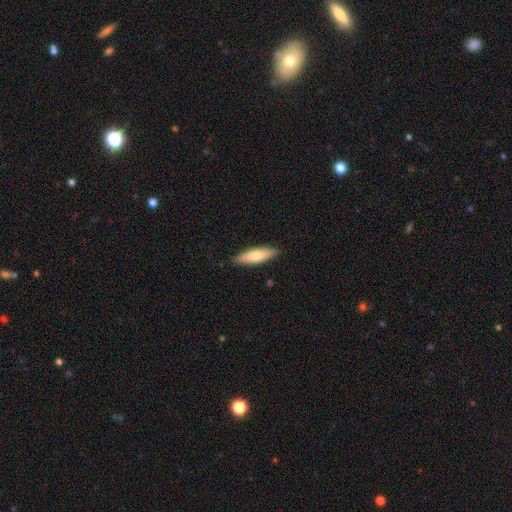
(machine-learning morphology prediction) This appears to be a smooth galaxy with no disk features (72%) that is cigar-shaped (63%). Merging: none (88%).